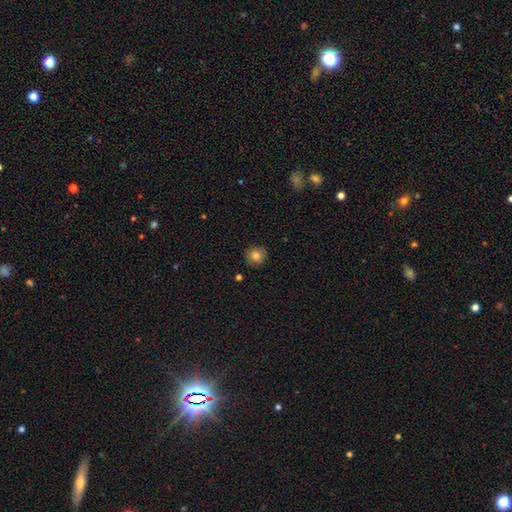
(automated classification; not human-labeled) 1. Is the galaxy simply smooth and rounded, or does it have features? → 82% smooth, 10% star or artifact, 8% featured or disk.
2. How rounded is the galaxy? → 91% round, 8% in between, 1% cigar-shaped.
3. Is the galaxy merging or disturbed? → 90% none, 7% minor disturbance, 2% major disturbance, 1% merger.